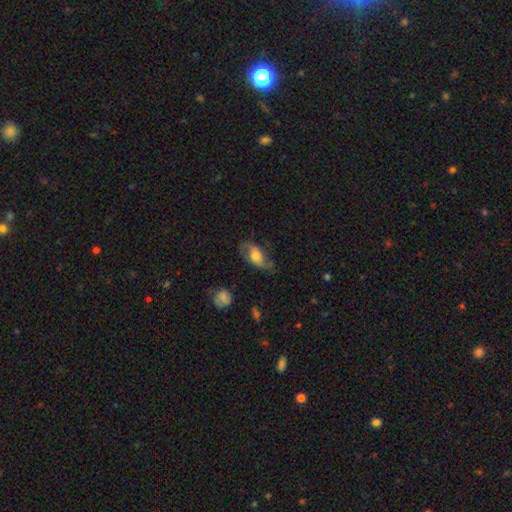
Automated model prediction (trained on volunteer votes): Smooth or featured? Predicted: featured or disk (p=0.50). Merging? Predicted: none (p=0.61).